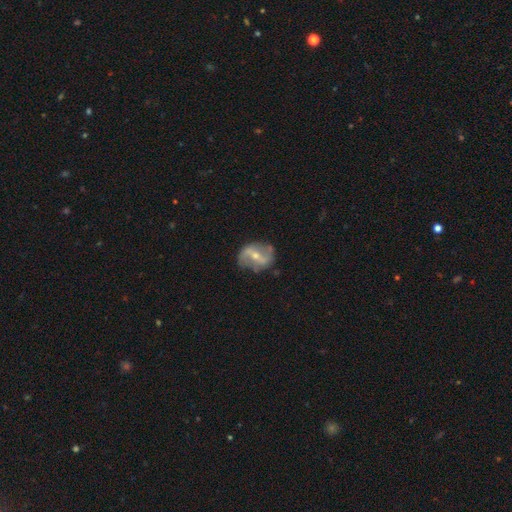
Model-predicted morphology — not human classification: Smooth or featured? Predicted: featured or disk (p=0.80). Edge-on disk? Predicted: no (p=0.95). Bar? Predicted: strong (p=0.50). Spiral arms? Predicted: yes (p=0.83). Spiral winding? Predicted: loose (p=0.58). Spiral arm count? Predicted: 2 (p=0.88). Bulge size? Predicted: small (p=0.50). Merging? Predicted: none (p=0.73).